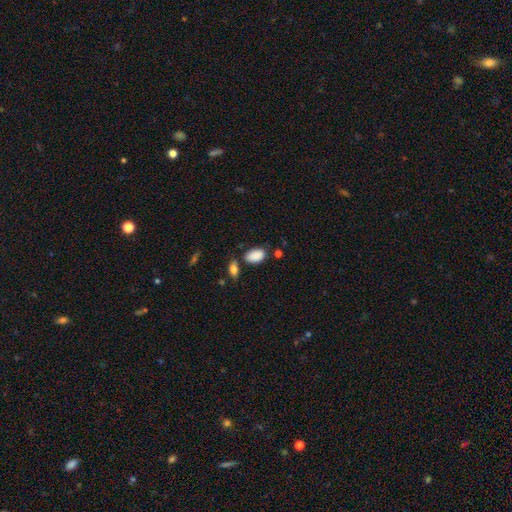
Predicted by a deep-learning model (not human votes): Smooth or featured: smooth — 89% (star or artifact — 7%)
How rounded: in between — 92% (round — 6%)
Merging: none — 69% (minor disturbance — 18%)